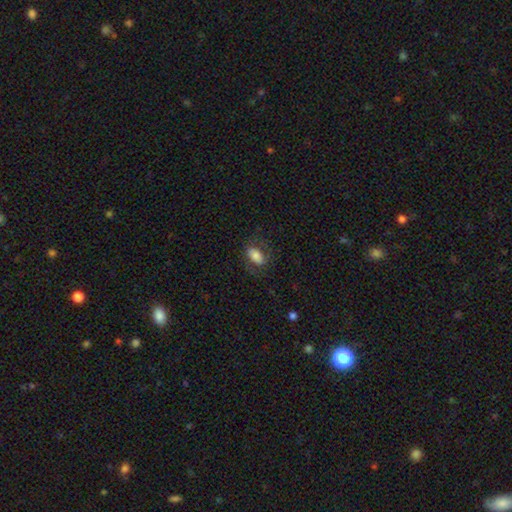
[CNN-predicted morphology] Overall: smooth (72%). How rounded: in between (88%). Merging: none (67%).